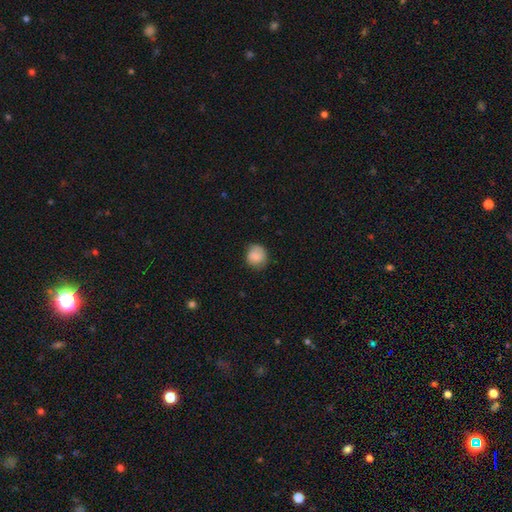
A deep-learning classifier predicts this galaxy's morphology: A smooth galaxy with no disk features (84%) that is round (85%).

Vote fractions:
- Smooth or featured? smooth: 84% / star or artifact: 8% / featured or disk: 8%
- How rounded? round: 85% / in between: 14% / cigar-shaped: 1%
- Merging? none: 78% / minor disturbance: 18% / major disturbance: 4% / merger: 1%